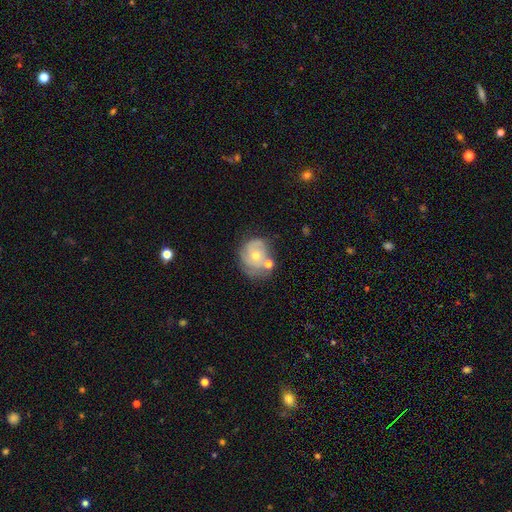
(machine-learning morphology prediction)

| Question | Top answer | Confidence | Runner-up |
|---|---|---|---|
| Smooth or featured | featured or disk | 62% | smooth (29%) |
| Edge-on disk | no | 97% | yes (3%) |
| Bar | no | 82% | weak (15%) |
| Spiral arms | yes | 77% | no (23%) |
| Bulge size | small | 48% | tied: moderate (48%) |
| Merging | none | 55% | minor disturbance (23%) |